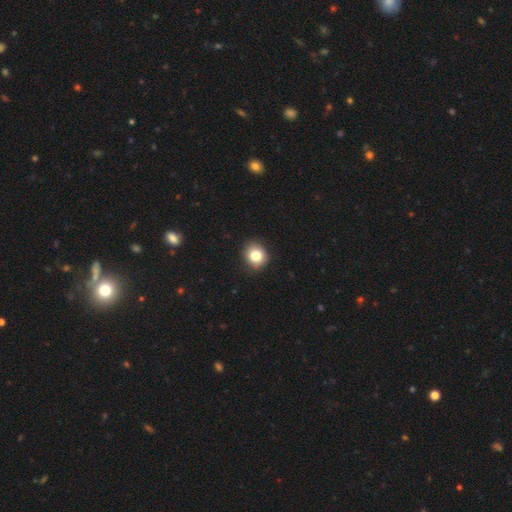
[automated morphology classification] A smooth galaxy with no disk features (81%) that is round (81%).

Vote fractions:
- Smooth or featured? smooth: 81% / star or artifact: 10% / featured or disk: 8%
- How rounded? round: 81% / in between: 18% / cigar-shaped: 1%
- Merging? none: 87% / minor disturbance: 10% / major disturbance: 2% / merger: 1%